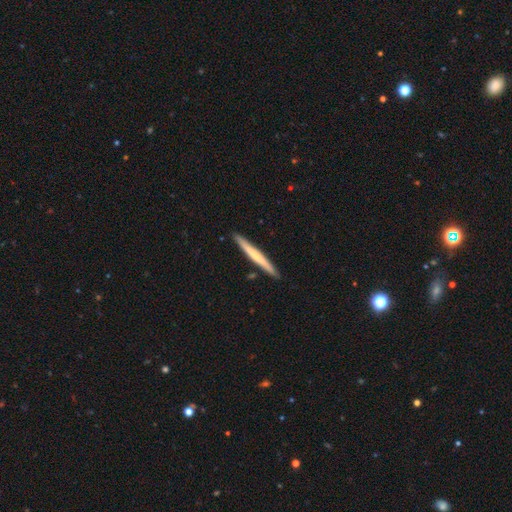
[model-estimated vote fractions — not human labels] Overall: smooth (48%; featured or disk 47%). Merging: none (90%).